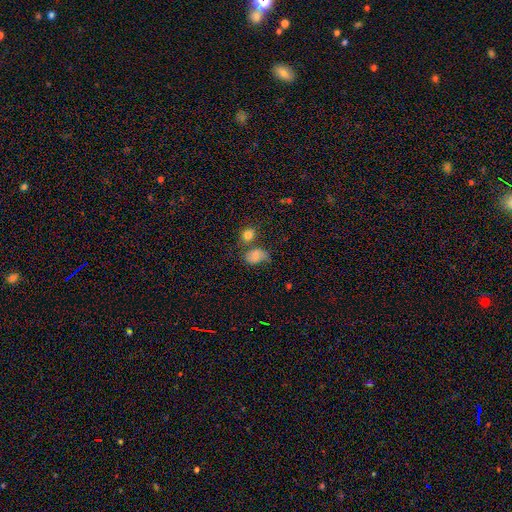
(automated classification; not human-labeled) Smooth or featured?
  - smooth: 63% *
  - featured or disk: 26%
  - star or artifact: 12%
How rounded?
  - in between: 73% *
  - round: 25%
  - cigar-shaped: 2%
Merging?
  - none: 38% *
  - merger: 25%
  - minor disturbance: 24%
  - major disturbance: 13%